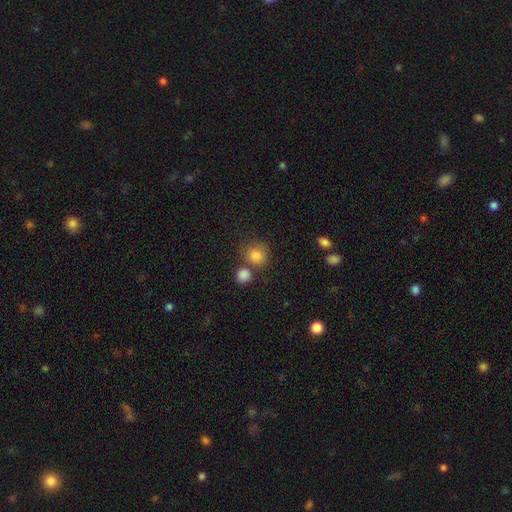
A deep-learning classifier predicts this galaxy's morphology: This is clearly a smooth galaxy (84%). How rounded: clearly round (82%). Merging: possibly none (59%).